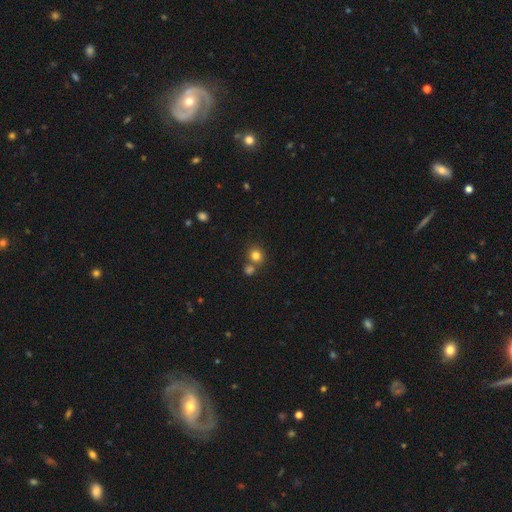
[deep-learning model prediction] This is likely a smooth galaxy (80%). How rounded: clearly round (86%). Merging: likely none (62%).